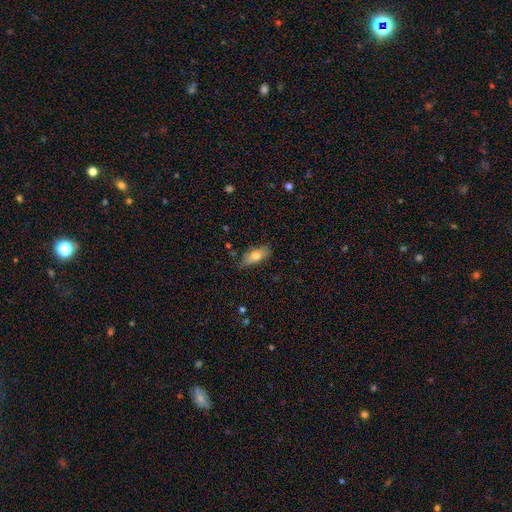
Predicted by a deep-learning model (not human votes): A smooth galaxy with no disk features (72%) that is in between round and cigar-shaped (80%).

Vote fractions:
- Smooth or featured? smooth: 72% / featured or disk: 21% / star or artifact: 7%
- How rounded? in between: 80% / cigar-shaped: 16% / round: 3%
- Merging? none: 78% / minor disturbance: 18% / major disturbance: 3% / merger: 1%